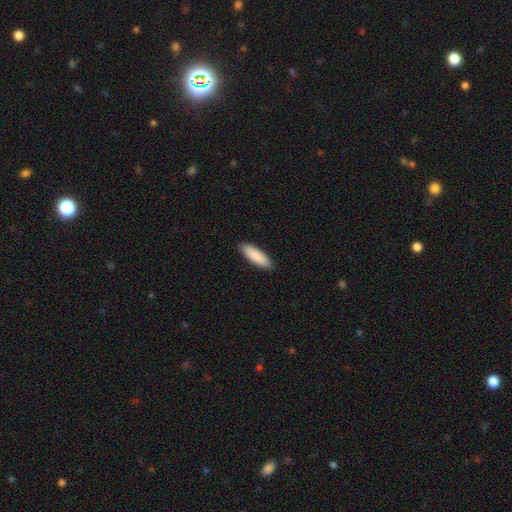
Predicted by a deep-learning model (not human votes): A smooth galaxy with no disk features (90%) that is in between round and cigar-shaped (52%). Merging: none (91%).